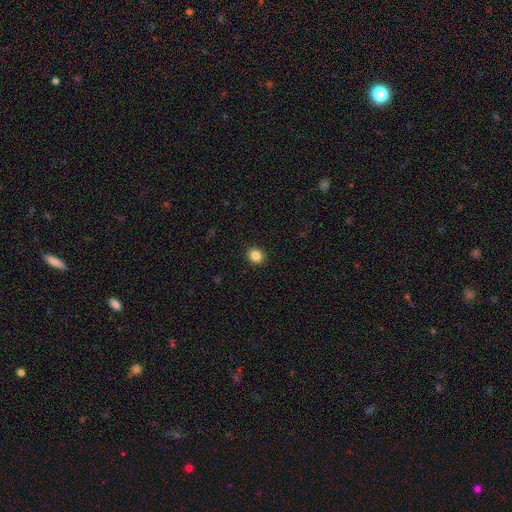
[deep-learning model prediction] The model was most divided on "how rounded": round: 77%, in between: 22%, cigar-shaped: 1%. More confident: merging — none (92%); smooth or featured — smooth (85%).